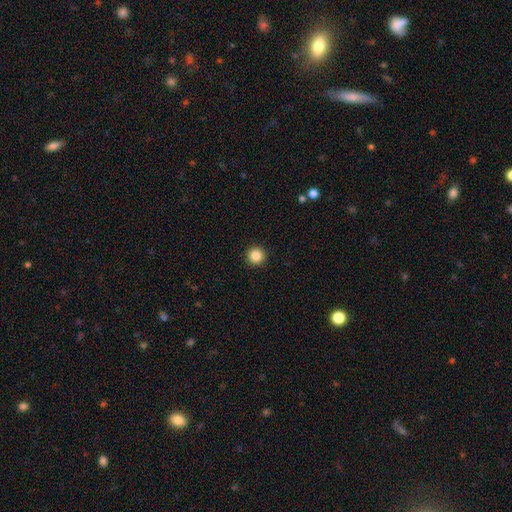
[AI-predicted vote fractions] smooth 86%, star or artifact 10%, featured or disk 4%. Down the decision tree: how rounded — round (96%); merging — none (94%).